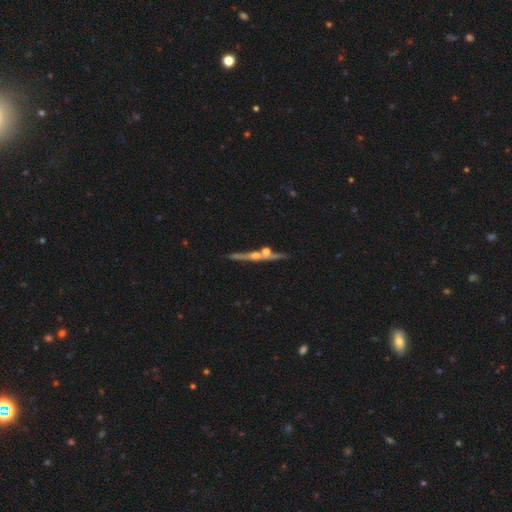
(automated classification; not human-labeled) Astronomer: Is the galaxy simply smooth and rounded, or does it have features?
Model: featured or disk — 77%.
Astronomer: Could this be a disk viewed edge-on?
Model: yes — 95%.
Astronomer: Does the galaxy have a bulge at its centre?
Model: rounded — 85%.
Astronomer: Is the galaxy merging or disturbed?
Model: none — 75%.